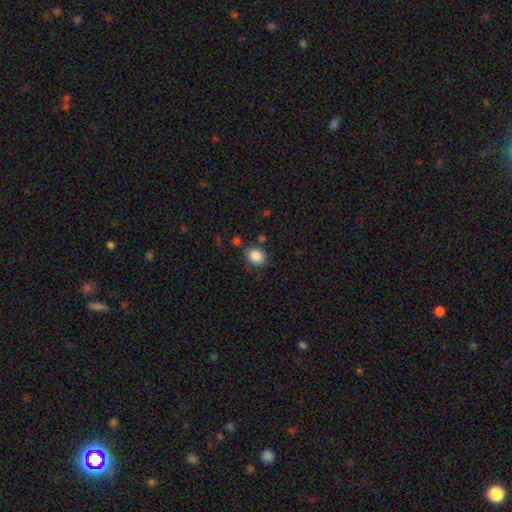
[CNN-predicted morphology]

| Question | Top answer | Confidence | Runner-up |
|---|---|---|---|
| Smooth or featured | smooth | 86% | star or artifact (9%) |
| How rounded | round | 55% | in between (44%) |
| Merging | none | 78% | minor disturbance (14%) |